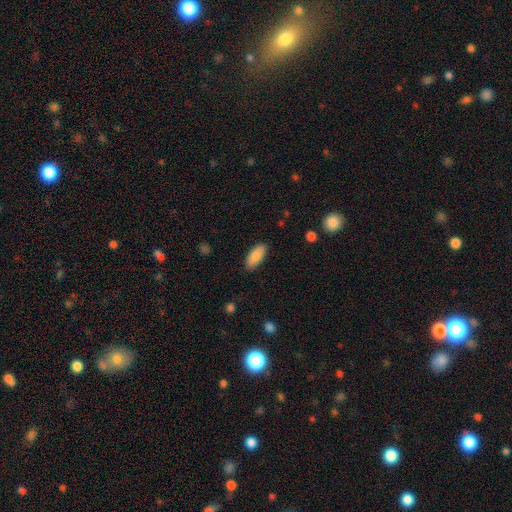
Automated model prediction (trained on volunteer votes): Smooth or featured?
  - smooth: 89% *
  - star or artifact: 6%
  - featured or disk: 5%
How rounded?
  - in between: 86% *
  - cigar-shaped: 12%
  - round: 2%
Merging?
  - none: 87% *
  - minor disturbance: 9%
  - major disturbance: 2%
  - merger: 1%